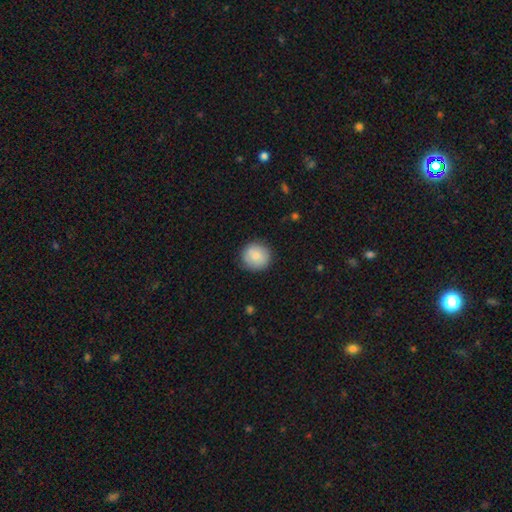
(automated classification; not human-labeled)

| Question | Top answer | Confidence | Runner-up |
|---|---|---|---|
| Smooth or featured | smooth | 85% | featured or disk (8%) |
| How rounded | round | 93% | in between (6%) |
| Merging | none | 86% | minor disturbance (10%) |